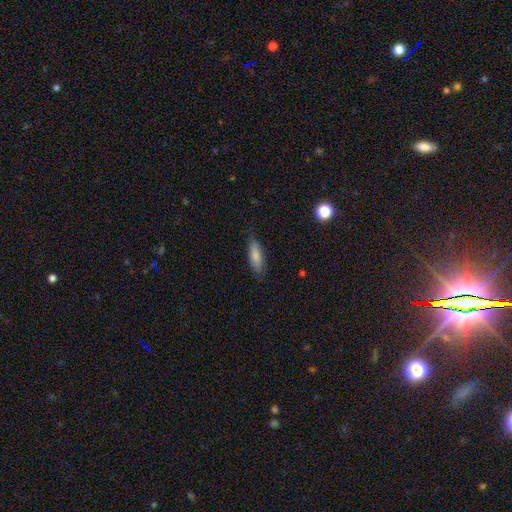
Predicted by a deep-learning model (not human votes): Overall: smooth (81%). How rounded: in between (60%; cigar-shaped 38%). Merging: none (79%).